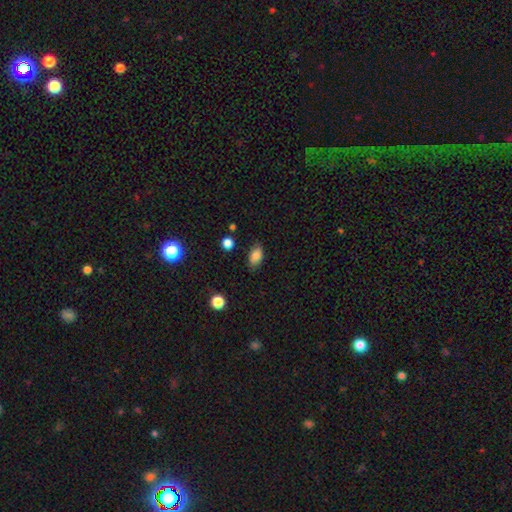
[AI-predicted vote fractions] smooth-or-featured: smooth: 84% | star or artifact: 9% | featured or disk: 7%
  how-rounded: in between: 88% | round: 9% | cigar-shaped: 3%
  merging: none: 82% | minor disturbance: 14% | major disturbance: 3% | merger: 2%